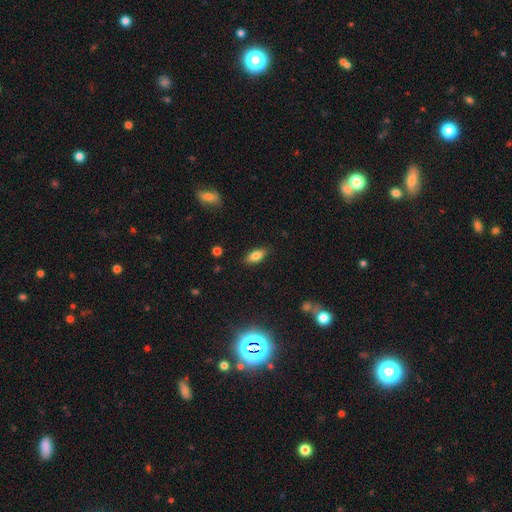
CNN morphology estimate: Smooth or featured: smooth — 80% (featured or disk — 12%)
How rounded: in between — 85% (cigar-shaped — 12%)
Merging: none — 87% (minor disturbance — 10%)